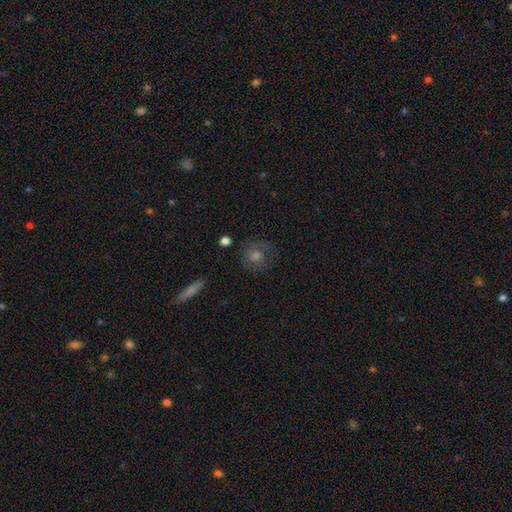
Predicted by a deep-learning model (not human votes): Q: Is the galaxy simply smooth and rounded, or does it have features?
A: smooth — 46%.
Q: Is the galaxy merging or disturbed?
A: none — 76%.